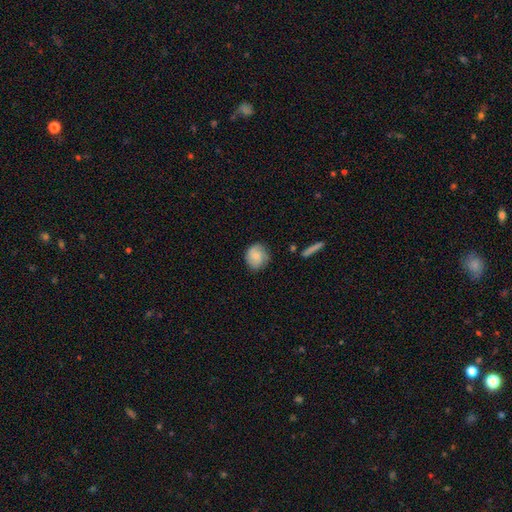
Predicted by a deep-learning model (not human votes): This appears to be a smooth galaxy with no disk features (65%) that is round (80%). Merging: none (76%).